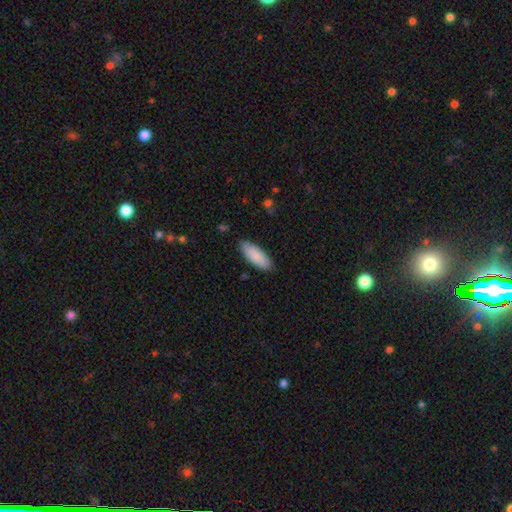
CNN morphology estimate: Q: Smooth or featured?
A: smooth (87%); runner-up: featured or disk (8%)
Q: How rounded?
A: in between (74%); runner-up: cigar-shaped (24%)
Q: Merging?
A: none (86%); runner-up: minor disturbance (11%)